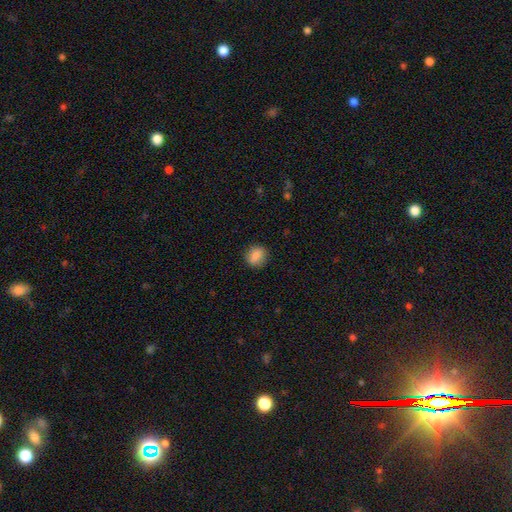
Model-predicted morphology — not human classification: The model was most divided on "how rounded": round: 59%, in between: 40%, cigar-shaped: 1%. More confident: smooth or featured — smooth (87%); merging — none (85%).